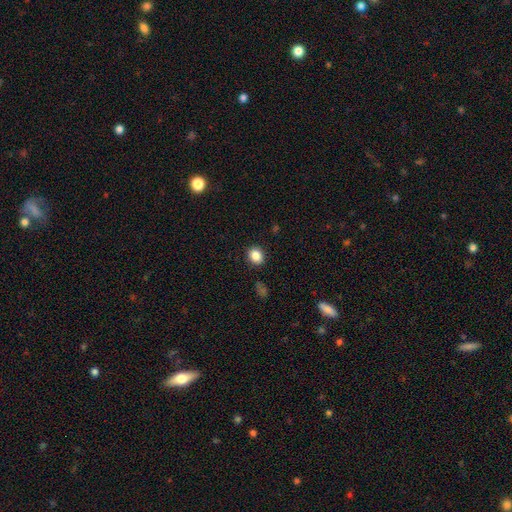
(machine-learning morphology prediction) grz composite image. It shows a smooth galaxy with no disk features (86%) that is round (66%). Merging: none (89%).